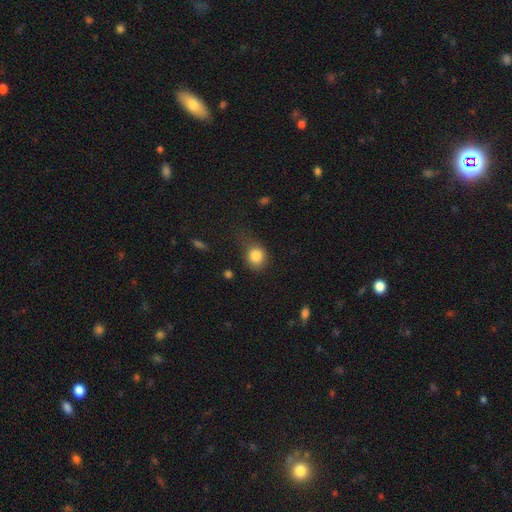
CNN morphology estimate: smooth_or_featured: smooth (p=0.83) [alt: star or artifact p=0.10]
how_rounded: round (p=0.69) [alt: in between p=0.30]
merging: none (p=0.52) [alt: minor disturbance p=0.30]